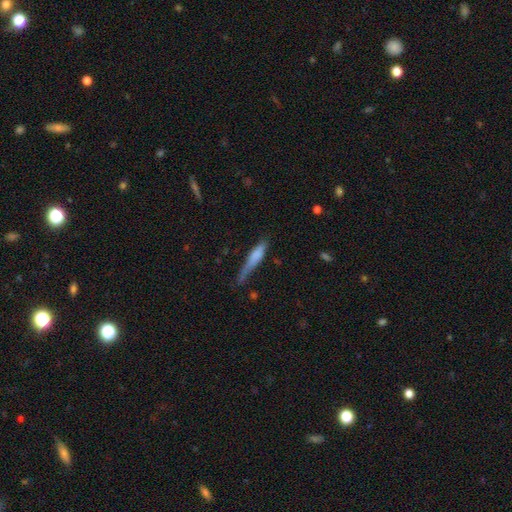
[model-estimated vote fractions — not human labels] Smooth or featured? Predicted: smooth (p=0.68). How rounded? Predicted: cigar-shaped (p=0.82). Merging? Predicted: none (p=0.42).